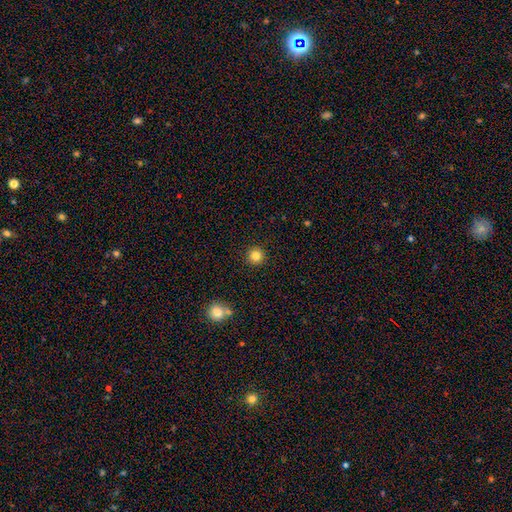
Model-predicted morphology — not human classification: A smooth galaxy with no disk features (83%) that is round (96%).

Vote fractions:
- Smooth or featured? smooth: 83% / star or artifact: 12% / featured or disk: 5%
- How rounded? round: 96% / in between: 3% / cigar-shaped: 1%
- Merging? none: 93% / minor disturbance: 5% / major disturbance: 2% / merger: 1%